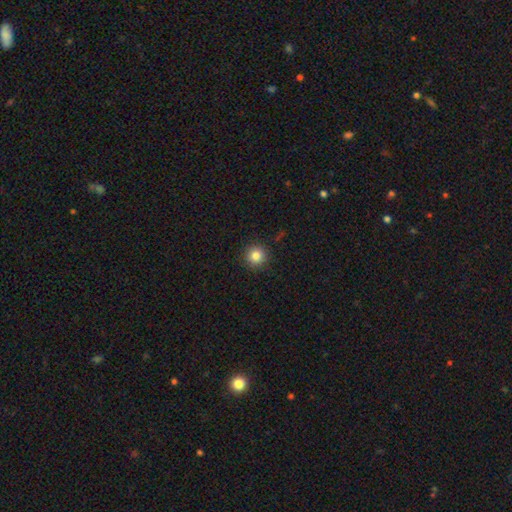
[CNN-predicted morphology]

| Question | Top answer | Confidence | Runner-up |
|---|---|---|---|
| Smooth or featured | smooth | 84% | star or artifact (11%) |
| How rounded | round | 95% | in between (4%) |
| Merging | none | 91% | minor disturbance (6%) |